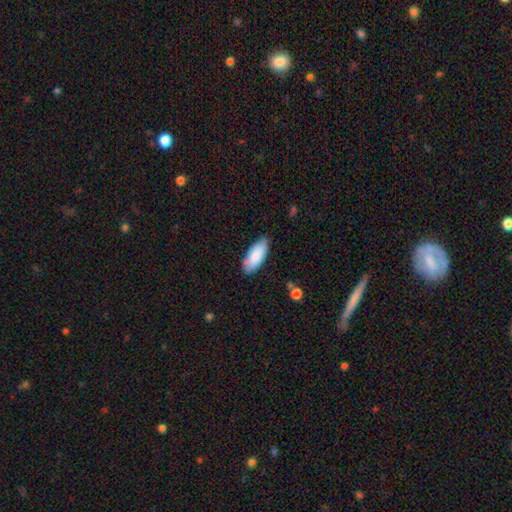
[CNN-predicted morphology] The model was most divided on "merging": none: 80%, minor disturbance: 16%, major disturbance: 3%, merger: 2%. More confident: how rounded — in between (84%); smooth or featured — smooth (84%).